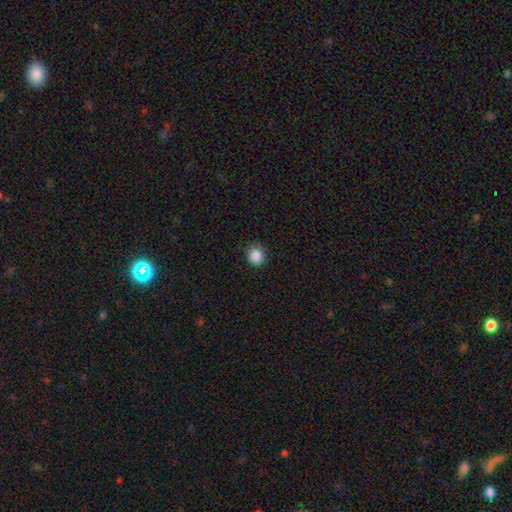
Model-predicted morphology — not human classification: smooth 87%, star or artifact 10%, featured or disk 3%. Down the decision tree: how rounded — round (79%); merging — none (85%).